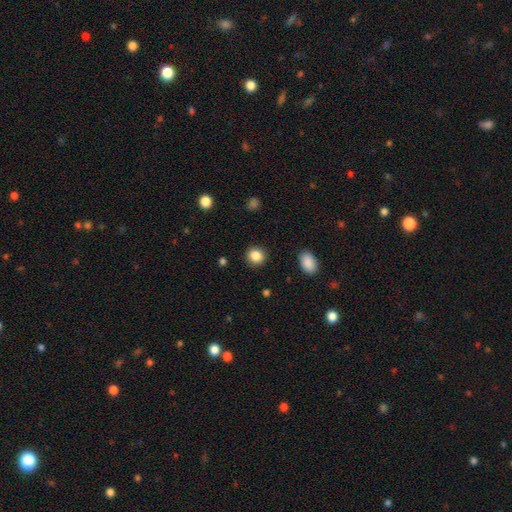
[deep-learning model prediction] A smooth galaxy with no disk features (86%) that is round (86%).

Vote fractions:
- Smooth or featured? smooth: 86% / star or artifact: 10% / featured or disk: 5%
- How rounded? round: 86% / in between: 13% / cigar-shaped: 1%
- Merging? none: 90% / minor disturbance: 6% / major disturbance: 2% / merger: 1%